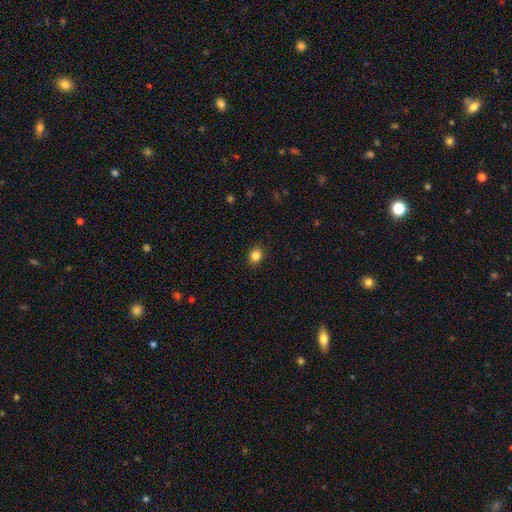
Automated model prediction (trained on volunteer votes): Smooth or featured: smooth — 84% (star or artifact — 11%)
How rounded: round — 65% (in between — 34%)
Merging: none — 90% (minor disturbance — 7%)